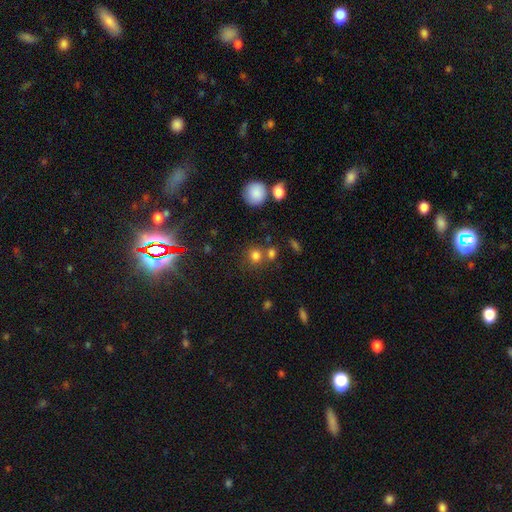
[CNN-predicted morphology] smooth-or-featured: smooth: 77% | star or artifact: 16% | featured or disk: 7%
  how-rounded: round: 84% | in between: 15% | cigar-shaped: 1%
  merging: none: 63% | merger: 22% | minor disturbance: 10% | major disturbance: 5%